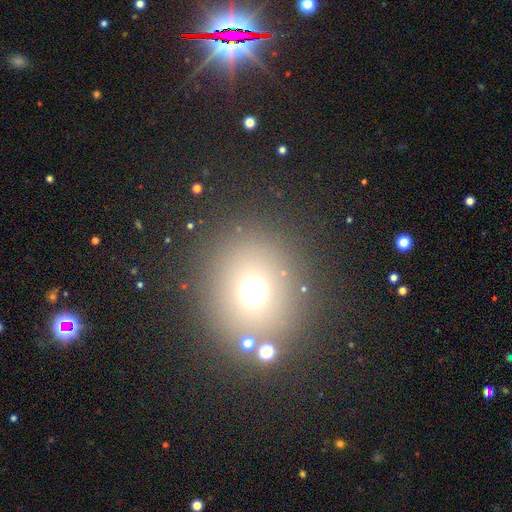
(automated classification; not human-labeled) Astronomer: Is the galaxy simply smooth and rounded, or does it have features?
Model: smooth — 58%.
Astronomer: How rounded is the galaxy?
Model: round — 78%.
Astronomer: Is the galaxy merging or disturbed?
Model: none — 83%.